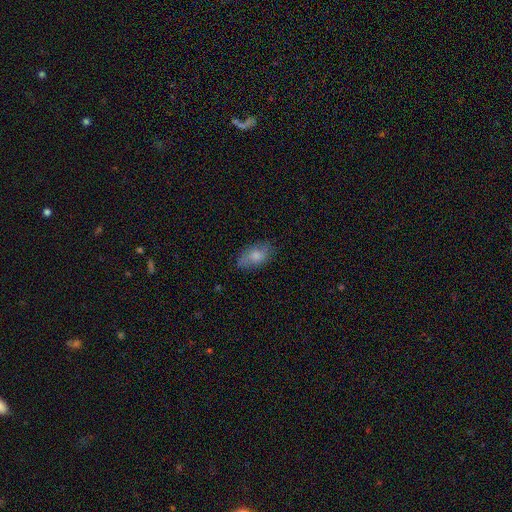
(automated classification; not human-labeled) Smooth or featured? smooth (73%)
How rounded? in between (89%)
Merging? none (74%)